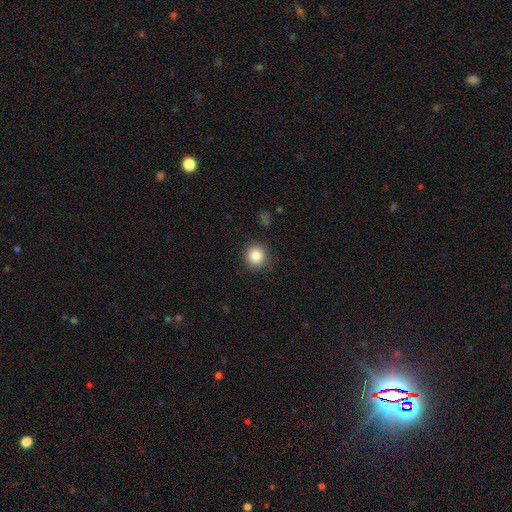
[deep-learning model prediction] smooth-or-featured: smooth: 85% | star or artifact: 10% | featured or disk: 5%
  how-rounded: round: 92% | in between: 7% | cigar-shaped: 1%
  merging: none: 88% | minor disturbance: 8% | major disturbance: 2% | merger: 1%